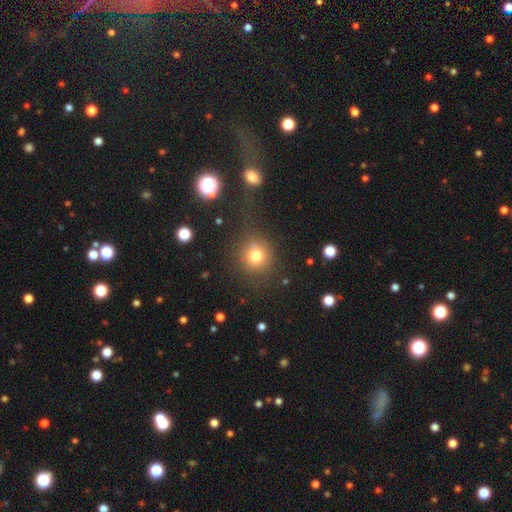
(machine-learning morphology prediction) The model was most divided on "smooth or featured": smooth: 77%, star or artifact: 15%, featured or disk: 9%. More confident: how rounded — round (89%); merging — none (75%).